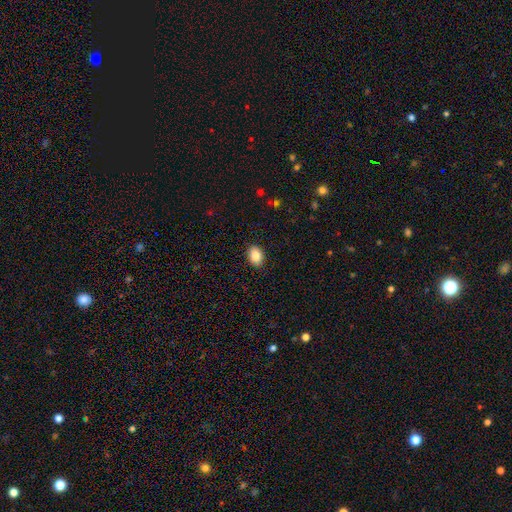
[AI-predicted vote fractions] smooth_or_featured: smooth (p=0.88) [alt: star or artifact p=0.07]
how_rounded: in between (p=0.81) [alt: round p=0.17]
merging: none (p=0.89) [alt: minor disturbance p=0.08]